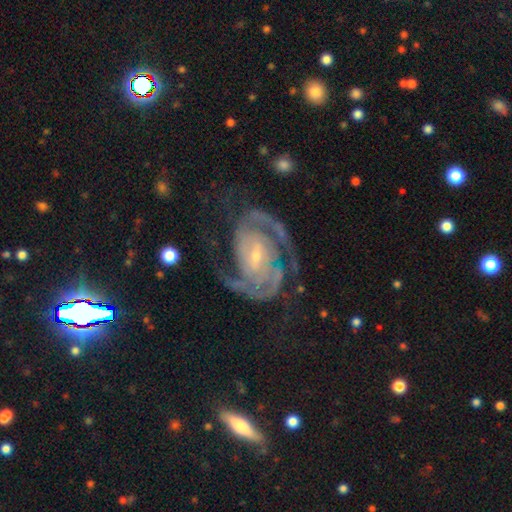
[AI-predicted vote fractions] Morphology: type=featured or disk (91%); edge-on=no (98%); bar=weak (40%); spiral arms=yes (98%); winding=tight (51%); arm count=2 (78%); bulge=small (74%); merging=none (69%).